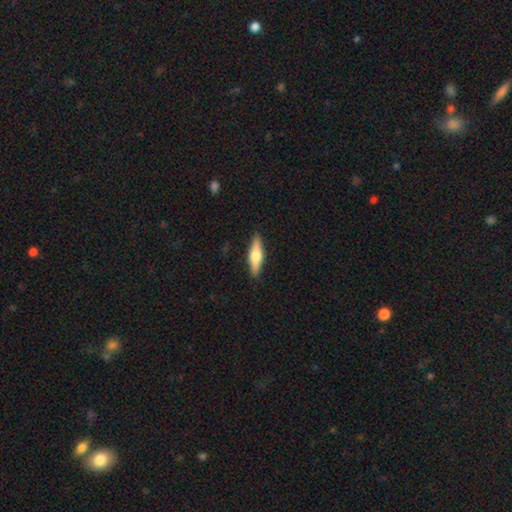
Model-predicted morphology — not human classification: smooth-or-featured: featured or disk: 49% | smooth: 45% | star or artifact: 6%
  merging: none: 90% | minor disturbance: 8% | major disturbance: 2% | merger: 1%